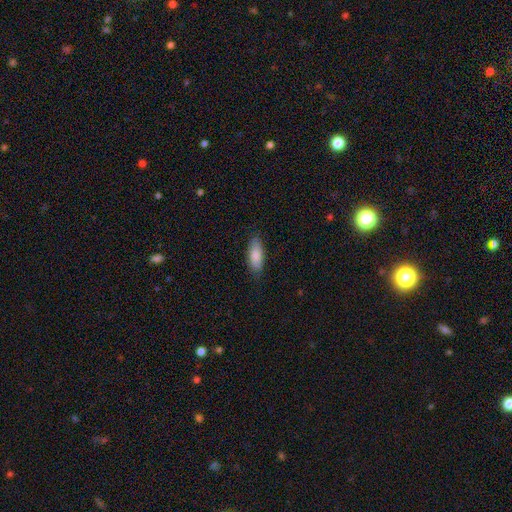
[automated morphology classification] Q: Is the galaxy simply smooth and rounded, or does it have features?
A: smooth — 85%.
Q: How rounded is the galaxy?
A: in between — 78%.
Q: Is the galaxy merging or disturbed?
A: none — 82%.